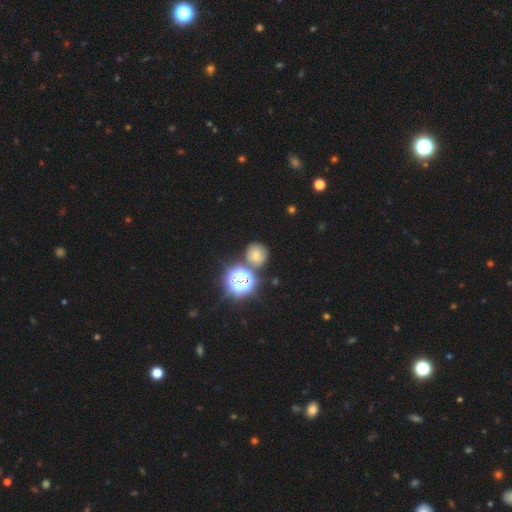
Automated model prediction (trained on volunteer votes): Morphology: type=smooth (60%); roundness=round (88%); merging=none (69%).